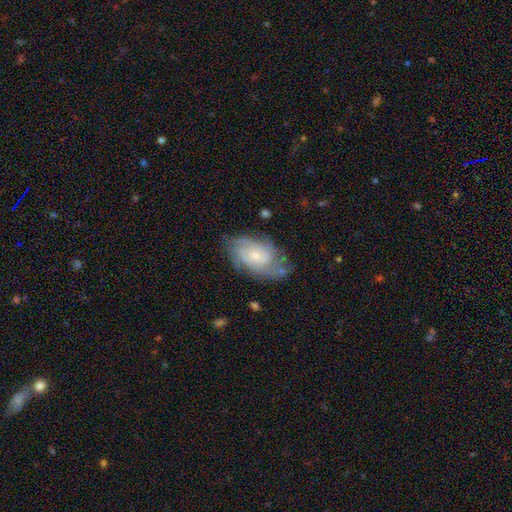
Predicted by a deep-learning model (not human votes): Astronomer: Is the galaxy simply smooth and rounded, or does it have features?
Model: featured or disk — 71%.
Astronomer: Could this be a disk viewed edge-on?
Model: no — 96%.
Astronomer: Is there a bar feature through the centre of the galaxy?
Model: no — 74%.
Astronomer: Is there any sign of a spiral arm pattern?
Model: yes — 89%.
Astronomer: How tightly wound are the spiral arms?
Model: tight — 55% (runner-up: medium, 34%).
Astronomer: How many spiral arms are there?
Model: can't tell — 41% (runner-up: 2, 25%).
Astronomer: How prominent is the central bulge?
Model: small — 60%.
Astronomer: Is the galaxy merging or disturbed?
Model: none — 64%.